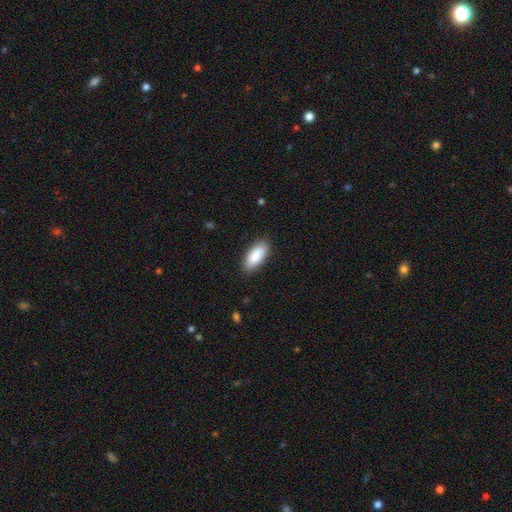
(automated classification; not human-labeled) A smooth galaxy with no disk features (88%) that is in between round and cigar-shaped (86%).

Vote fractions:
- Smooth or featured? smooth: 88% / featured or disk: 6% / star or artifact: 6%
- How rounded? in between: 86% / cigar-shaped: 12% / round: 2%
- Merging? none: 87% / minor disturbance: 10% / major disturbance: 2% / merger: 1%